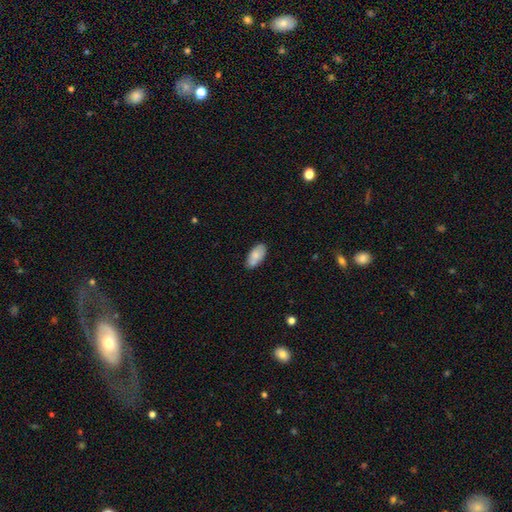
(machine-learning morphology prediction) This appears to be a smooth galaxy with no disk features (76%) that is in between round and cigar-shaped (93%). Merging: none (75%).